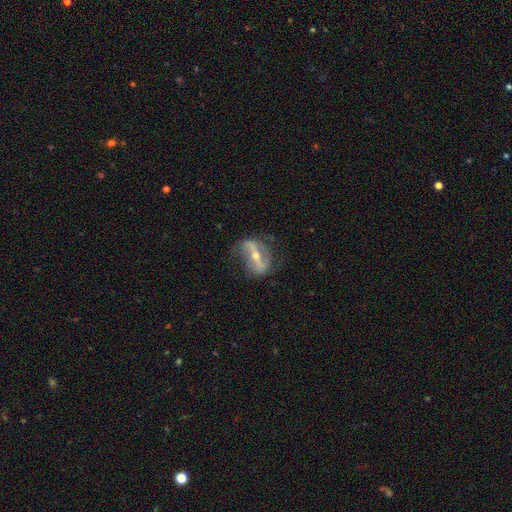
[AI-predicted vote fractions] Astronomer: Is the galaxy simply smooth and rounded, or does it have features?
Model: featured or disk — 81%.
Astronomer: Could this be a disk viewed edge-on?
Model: no — 89%.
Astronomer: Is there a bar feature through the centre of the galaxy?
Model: strong — 68%.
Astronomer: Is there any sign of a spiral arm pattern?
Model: yes — 82%.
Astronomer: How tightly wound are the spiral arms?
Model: loose — 51% (runner-up: medium, 33%).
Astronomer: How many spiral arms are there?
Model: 2 — 83%.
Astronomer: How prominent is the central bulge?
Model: moderate — 50% (runner-up: small, 46%).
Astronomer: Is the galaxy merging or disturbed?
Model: none — 66%.